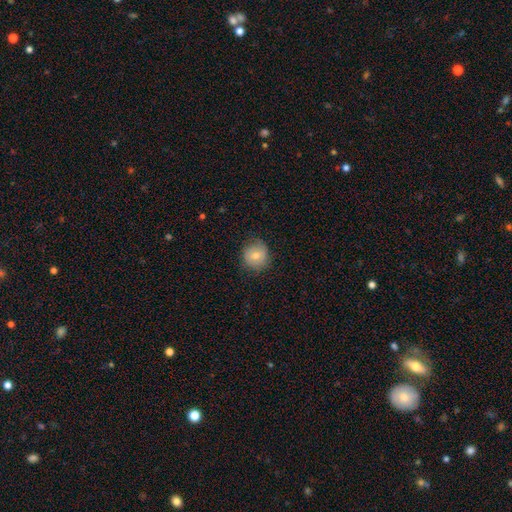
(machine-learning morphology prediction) smooth-or-featured: smooth: 72% | featured or disk: 19% | star or artifact: 9%
  how-rounded: round: 89% | in between: 10% | cigar-shaped: 1%
  merging: none: 81% | minor disturbance: 15% | major disturbance: 4% | merger: 1%